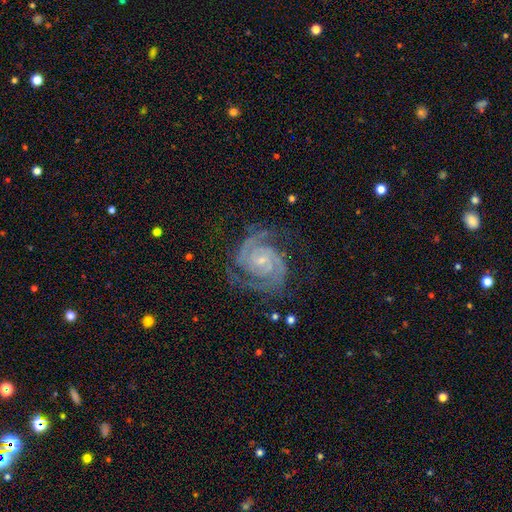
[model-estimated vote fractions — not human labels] featured or disk 90%, star or artifact 6%, smooth 4%. Down the decision tree: edge-on disk — no (98%); bar — no (62%); spiral arms — yes (99%); spiral arm count — 2 (76%); spiral winding — tight (60%); bulge size — small (72%); merging — none (77%).